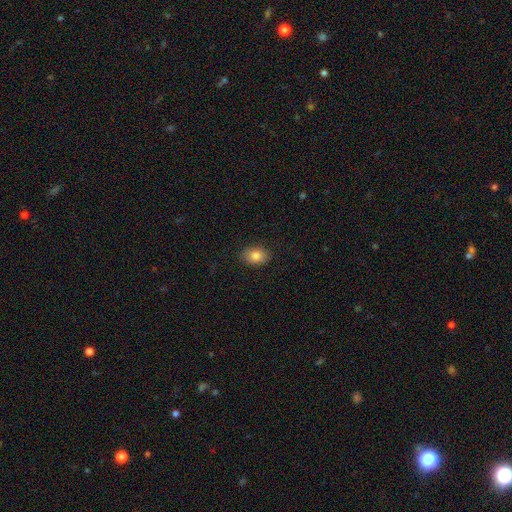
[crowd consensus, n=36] Morphology: type=smooth (89%); roundness=in between (72%); merging=none (94%).